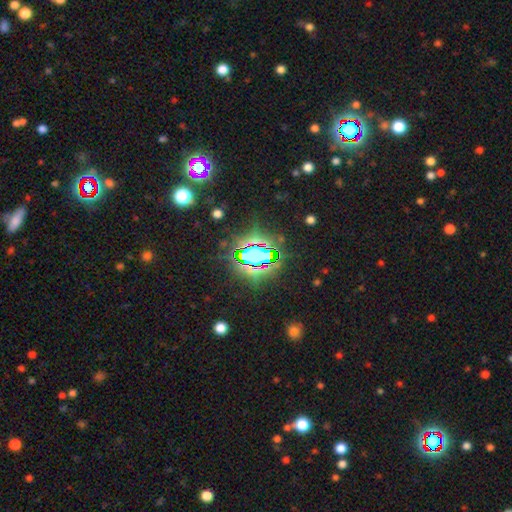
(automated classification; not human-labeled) A star or artifact, not a galaxy (74%).